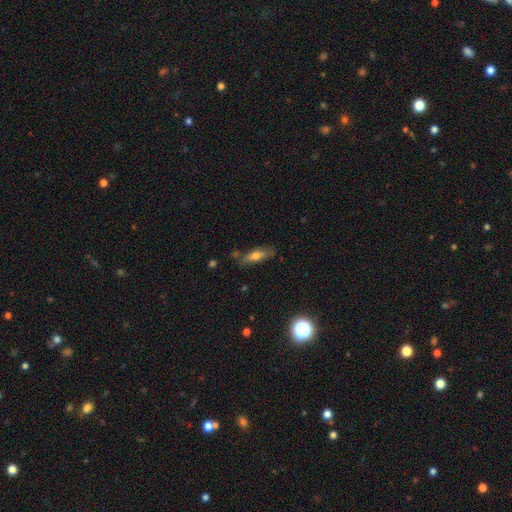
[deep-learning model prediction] This is possibly a smooth galaxy (55%). How rounded: possibly cigar-shaped (51%). Merging: likely none (73%).